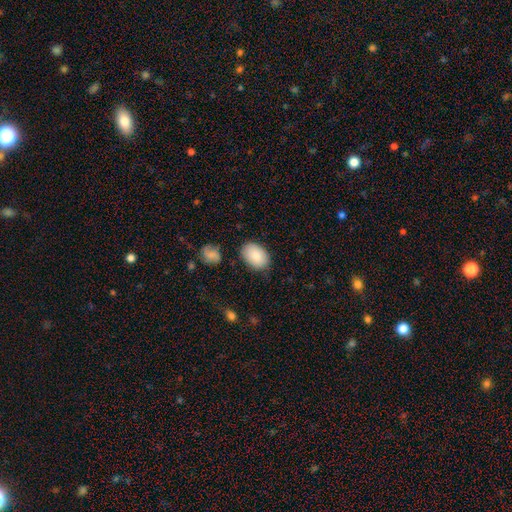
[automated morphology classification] type=smooth (86%); roundness=in between (87%); merging=none (80%).